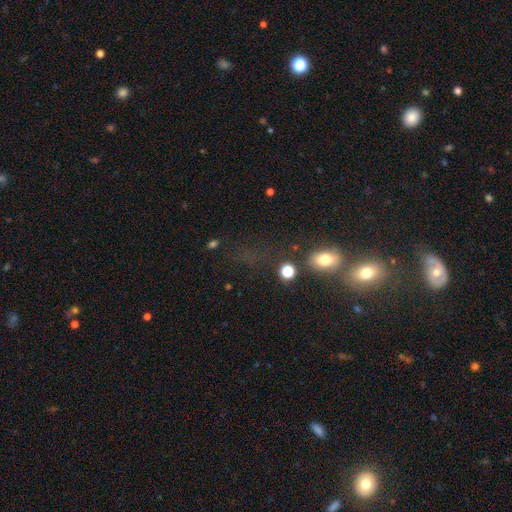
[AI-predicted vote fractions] smooth-or-featured: star or artifact: 44% | smooth: 42% | featured or disk: 14%